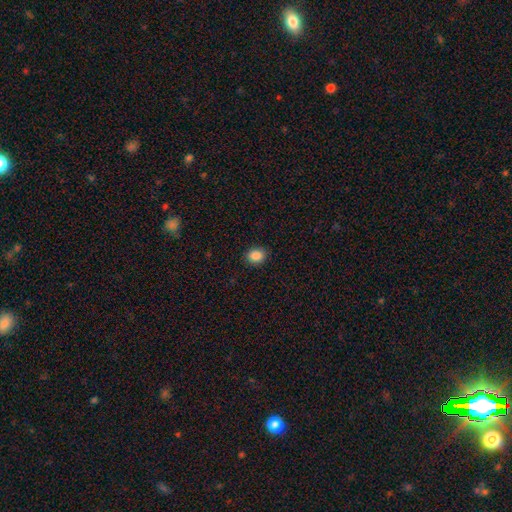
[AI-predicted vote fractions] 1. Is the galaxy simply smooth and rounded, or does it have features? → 87% smooth, 9% star or artifact, 3% featured or disk.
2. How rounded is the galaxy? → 50% in between, 49% round, 1% cigar-shaped.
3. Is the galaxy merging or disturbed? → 89% none, 8% minor disturbance, 2% major disturbance, 1% merger.